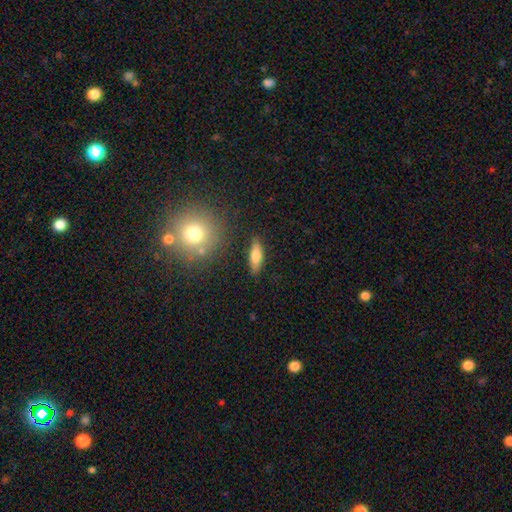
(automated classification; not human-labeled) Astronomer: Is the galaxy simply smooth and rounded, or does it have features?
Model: smooth — 73%.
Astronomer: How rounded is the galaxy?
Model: in between — 53% (runner-up: cigar-shaped, 44%).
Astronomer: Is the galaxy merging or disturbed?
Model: none — 85%.